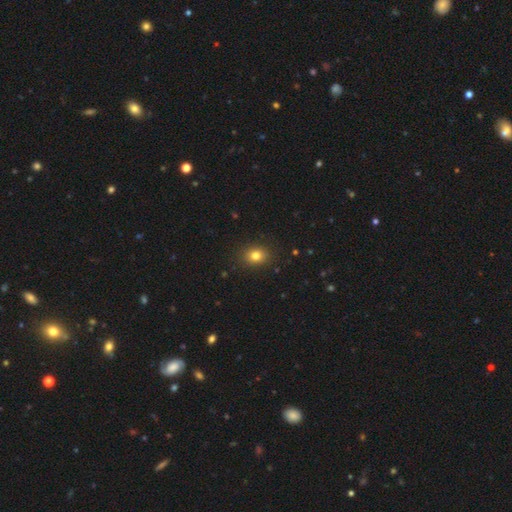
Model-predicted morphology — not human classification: This appears to be a smooth galaxy with no disk features (80%) that is round (58%). Merging: none (88%).